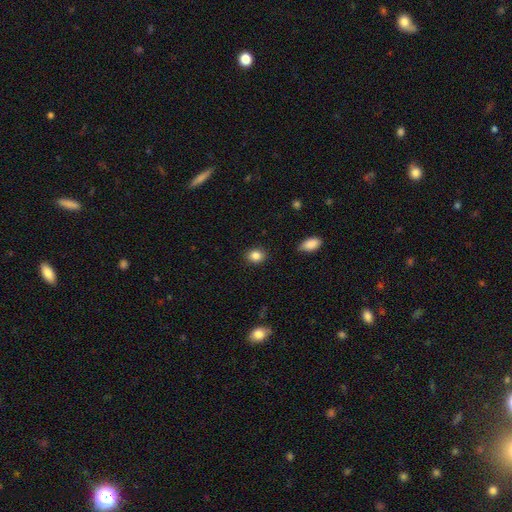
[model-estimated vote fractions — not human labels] smooth_or_featured: smooth (p=0.85) [alt: star or artifact p=0.10]
how_rounded: round (p=0.54) [alt: in between p=0.45]
merging: none (p=0.88) [alt: minor disturbance p=0.09]